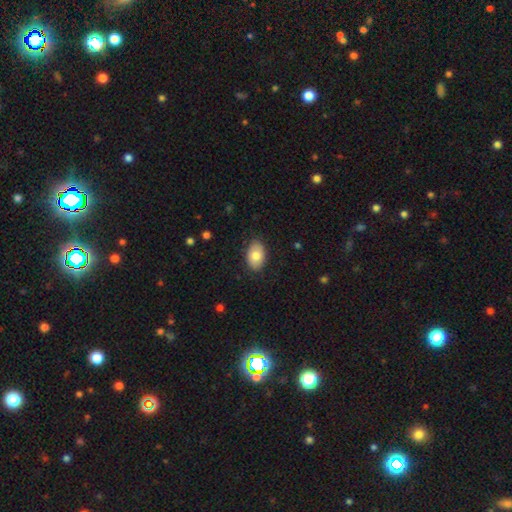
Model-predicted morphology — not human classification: The model was most divided on "smooth or featured": smooth: 79%, featured or disk: 15%, star or artifact: 6%. More confident: how rounded — in between (90%); merging — none (86%).